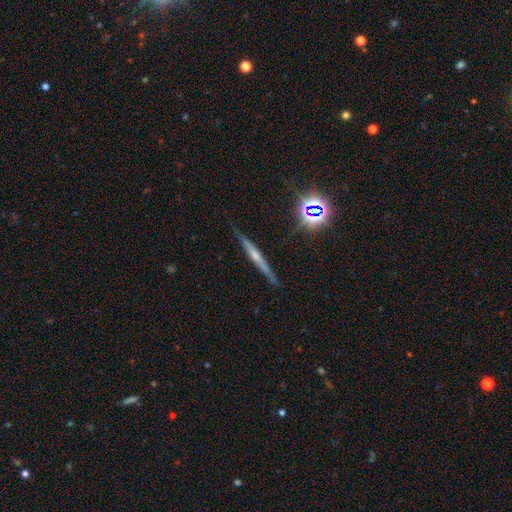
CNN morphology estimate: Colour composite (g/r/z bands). It shows a featured or disk galaxy (62%) viewed edge-on (96%) with a rounded central bulge (66%). Merging: none (85%).